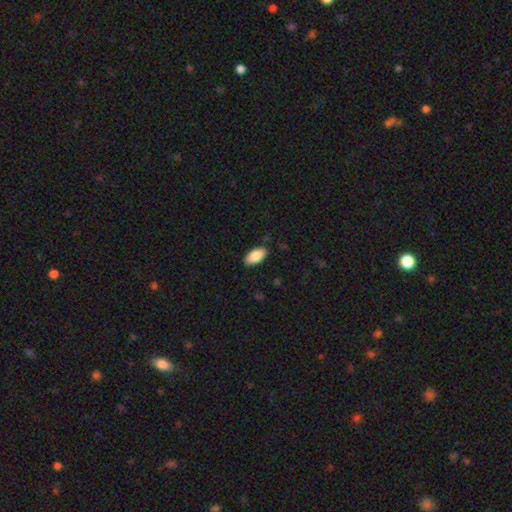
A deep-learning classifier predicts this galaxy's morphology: Smooth or featured: smooth — 85% (featured or disk — 8%)
How rounded: in between — 93% (cigar-shaped — 5%)
Merging: none — 86% (minor disturbance — 11%)